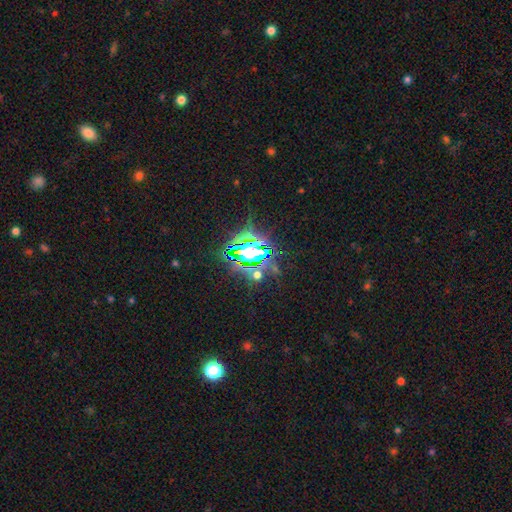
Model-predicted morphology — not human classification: smooth_or_featured: star or artifact (p=0.81) [alt: smooth p=0.11]